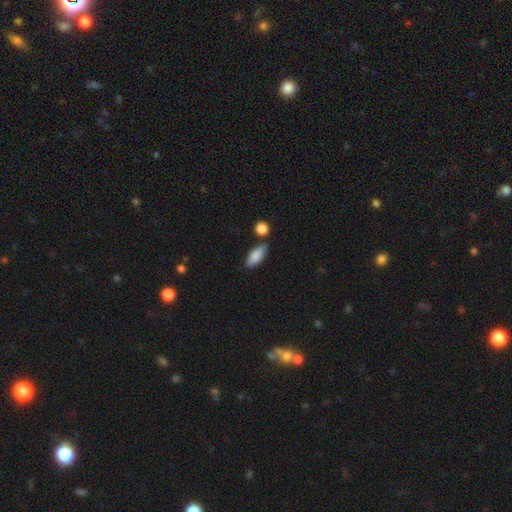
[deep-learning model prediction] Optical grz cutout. It shows a smooth galaxy with no disk features (86%) that is in between round and cigar-shaped (79%). Merging: none (77%).